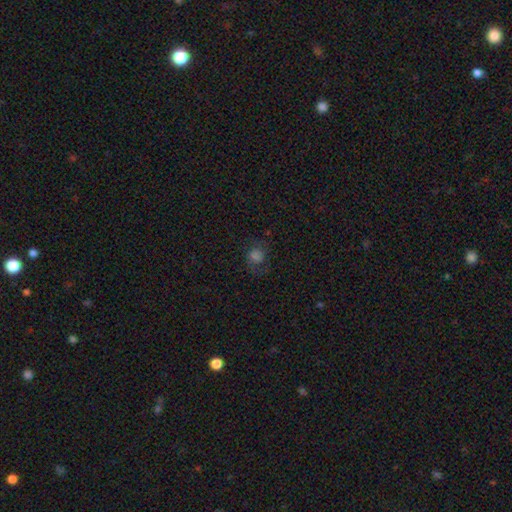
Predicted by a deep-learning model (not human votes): This appears to be a smooth galaxy with no disk features (54%) that is round (72%). Merging: none (60%).